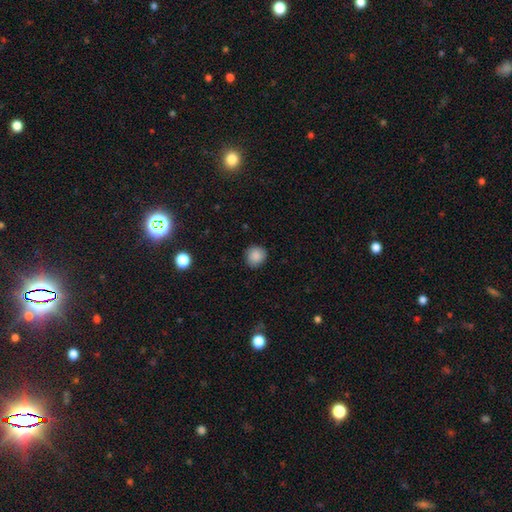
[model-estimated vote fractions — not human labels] smooth-or-featured: smooth: 87% | star or artifact: 9% | featured or disk: 4%
  how-rounded: round: 87% | in between: 12% | cigar-shaped: 1%
  merging: none: 87% | minor disturbance: 10% | major disturbance: 2% | merger: 1%